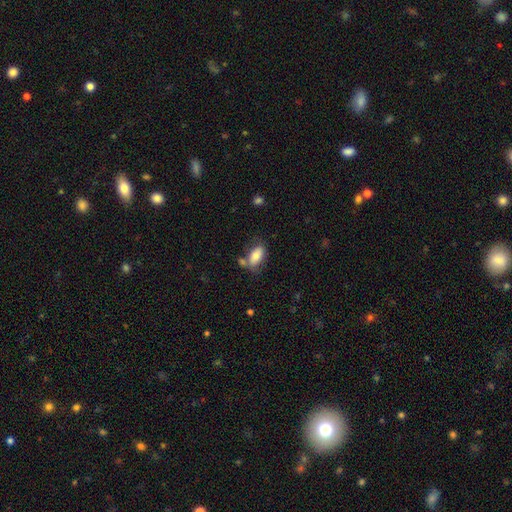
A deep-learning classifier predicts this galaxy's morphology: Smooth or featured? Predicted: smooth (p=0.79). How rounded? Predicted: in between (p=0.91). Merging? Predicted: none (p=0.56).